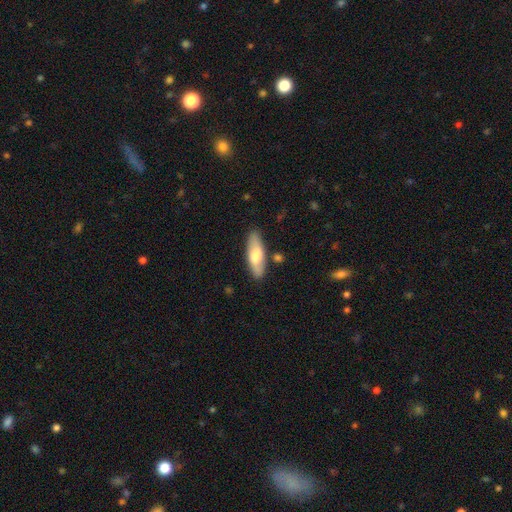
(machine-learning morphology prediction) Overall: smooth (64%; featured or disk 31%). How rounded: in between (60%; cigar-shaped 38%). Merging: none (84%).